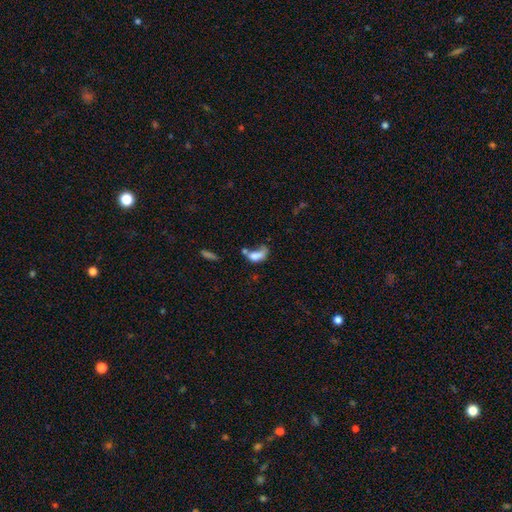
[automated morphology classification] This appears to be a smooth galaxy with no disk features (67%) that is in between round and cigar-shaped (84%). Merging: merger (33%).